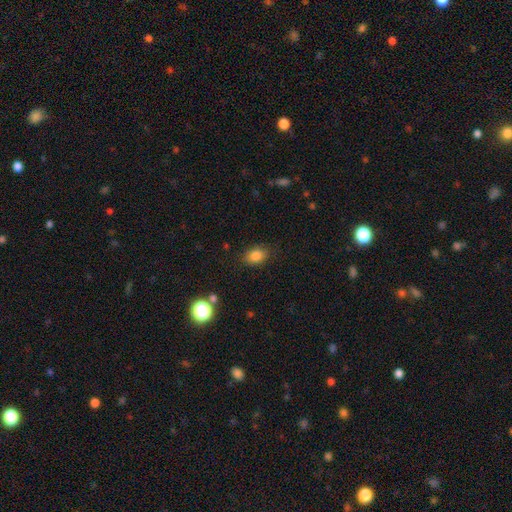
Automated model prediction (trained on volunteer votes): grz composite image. It shows a smooth galaxy with no disk features (83%) that is in between round and cigar-shaped (76%). Merging: none (81%).